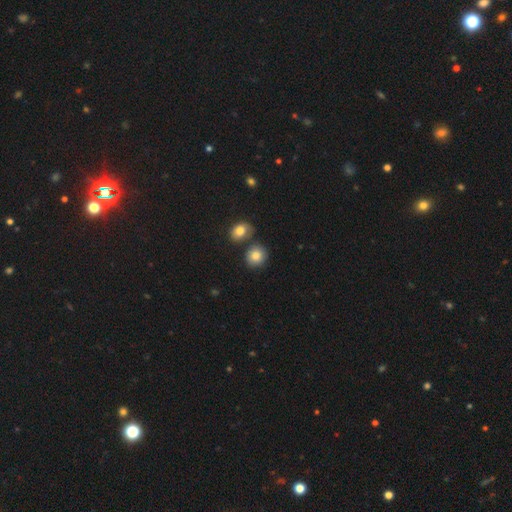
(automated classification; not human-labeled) This appears to be a smooth galaxy with no disk features (83%) that is round (77%). Merging: none (68%).